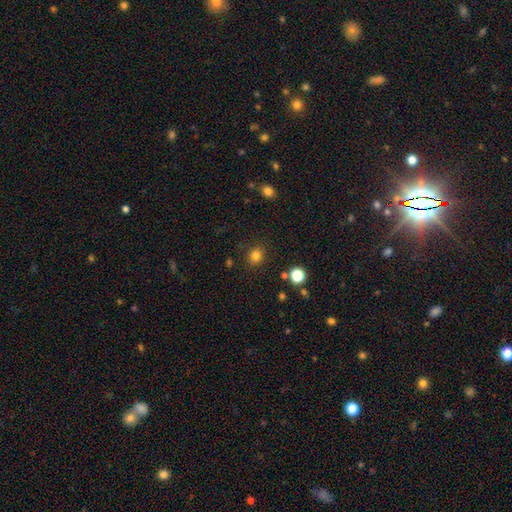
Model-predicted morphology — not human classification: smooth-or-featured: smooth: 81% | star or artifact: 14% | featured or disk: 5%
  how-rounded: round: 80% | in between: 19% | cigar-shaped: 1%
  merging: none: 86% | minor disturbance: 9% | major disturbance: 3% | merger: 2%